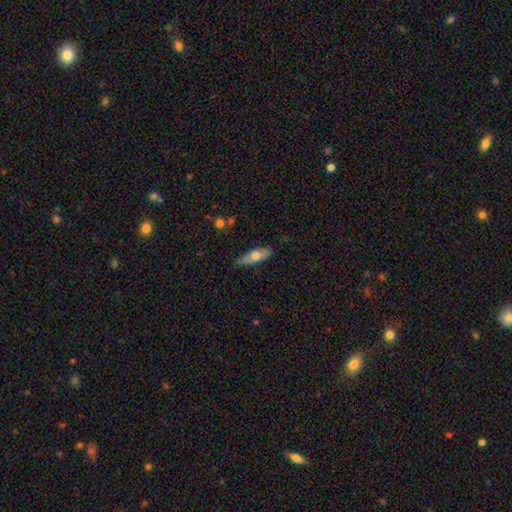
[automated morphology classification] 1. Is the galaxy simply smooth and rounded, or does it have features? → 60% smooth, 34% featured or disk, 6% star or artifact.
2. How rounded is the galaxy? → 52% in between, 45% cigar-shaped, 3% round.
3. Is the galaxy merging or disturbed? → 73% none, 21% minor disturbance, 4% major disturbance, 2% merger.